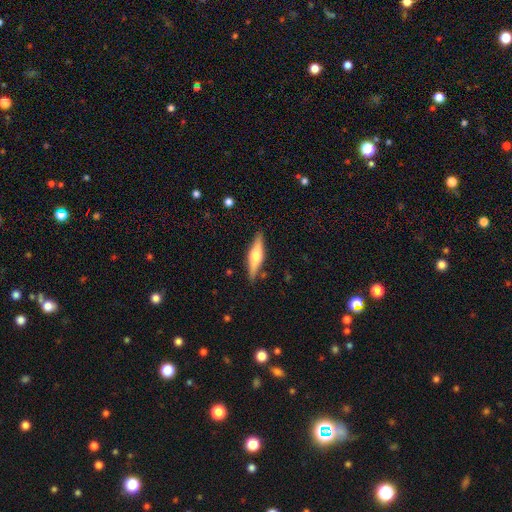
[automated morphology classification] Smooth or featured? Predicted: featured or disk (p=0.56). Edge-on disk? Predicted: yes (p=0.95). Edge-on bulge? Predicted: rounded (p=0.90). Merging? Predicted: none (p=0.86).